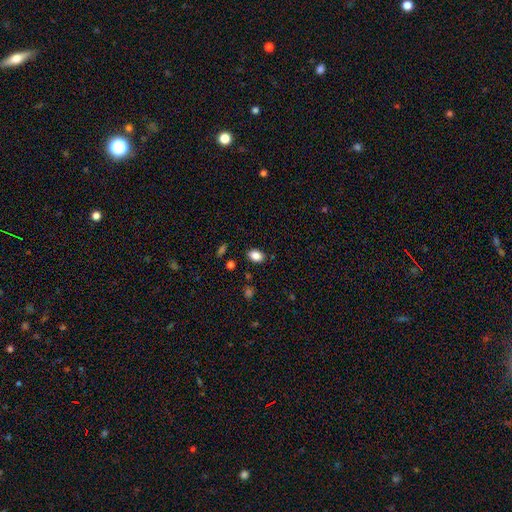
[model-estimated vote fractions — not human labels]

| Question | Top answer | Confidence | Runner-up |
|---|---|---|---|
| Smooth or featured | smooth | 86% | star or artifact (9%) |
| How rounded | in between | 81% | round (17%) |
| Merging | none | 86% | minor disturbance (9%) |